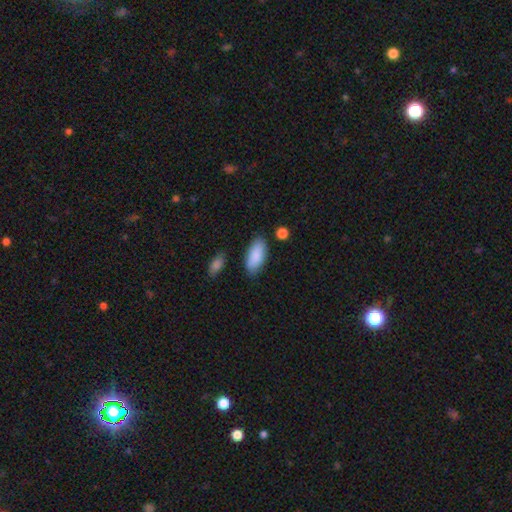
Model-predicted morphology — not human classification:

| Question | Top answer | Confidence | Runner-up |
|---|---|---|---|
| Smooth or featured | smooth | 89% | star or artifact (6%) |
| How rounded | in between | 90% | cigar-shaped (8%) |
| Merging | none | 81% | minor disturbance (13%) |